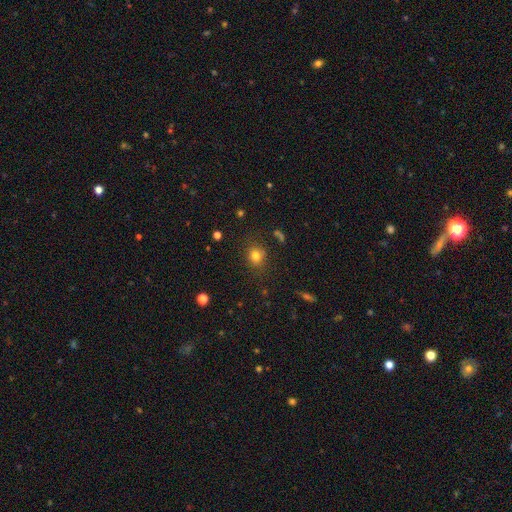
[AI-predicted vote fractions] Overall: smooth (79%). How rounded: round (68%; in between 31%). Merging: none (83%).